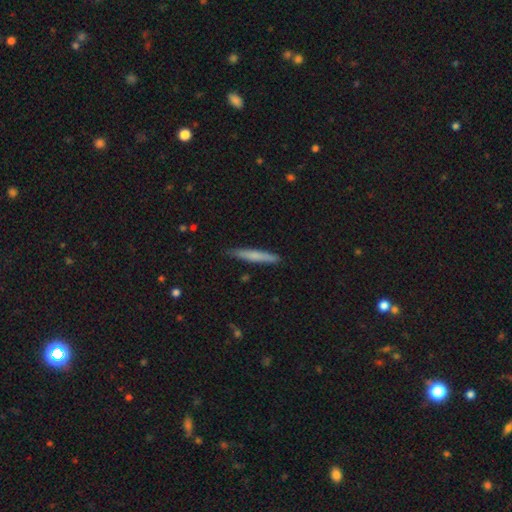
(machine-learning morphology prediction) Q: Smooth or featured?
A: smooth (67%); runner-up: featured or disk (27%)
Q: How rounded?
A: cigar-shaped (95%); runner-up: in between (3%)
Q: Merging?
A: none (86%); runner-up: minor disturbance (11%)